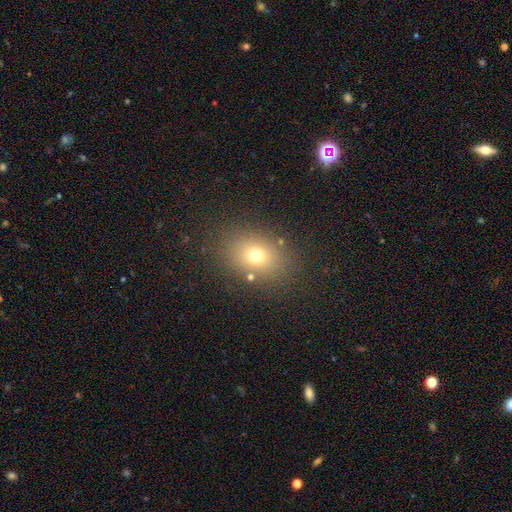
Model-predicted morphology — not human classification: smooth_or_featured: smooth (p=0.70) [alt: star or artifact p=0.18]
how_rounded: in between (p=0.56) [alt: round p=0.43]
merging: none (p=0.83) [alt: minor disturbance p=0.10]